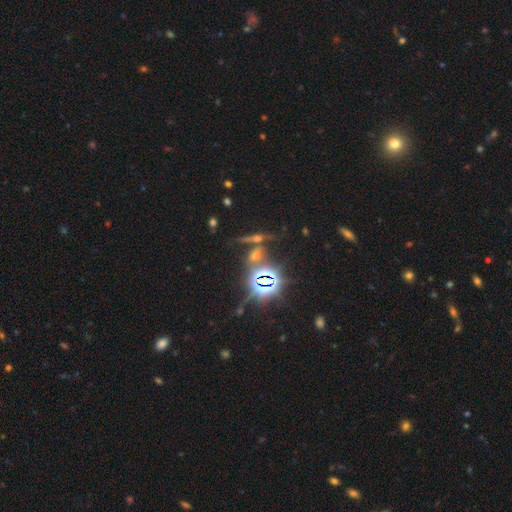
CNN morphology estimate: A star or artifact, not a galaxy (60%).

Vote fractions:
- Smooth or featured? star or artifact: 60% / featured or disk: 23% / smooth: 16%